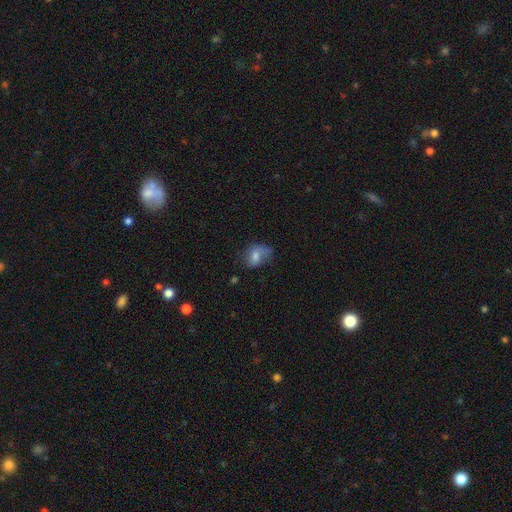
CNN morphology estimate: smooth-or-featured: smooth: 69% | featured or disk: 21% | star or artifact: 10%
  how-rounded: in between: 77% | round: 21% | cigar-shaped: 2%
  merging: none: 37% | minor disturbance: 32% | major disturbance: 25% | merger: 5%